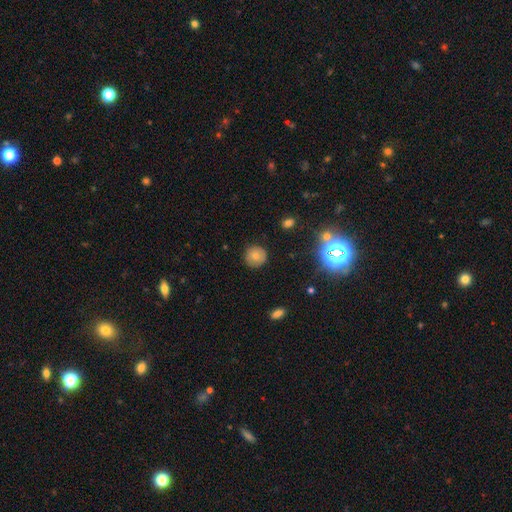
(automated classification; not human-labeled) Q: Smooth or featured?
A: smooth (75%); runner-up: featured or disk (13%)
Q: How rounded?
A: round (93%); runner-up: in between (6%)
Q: Merging?
A: none (86%); runner-up: minor disturbance (10%)